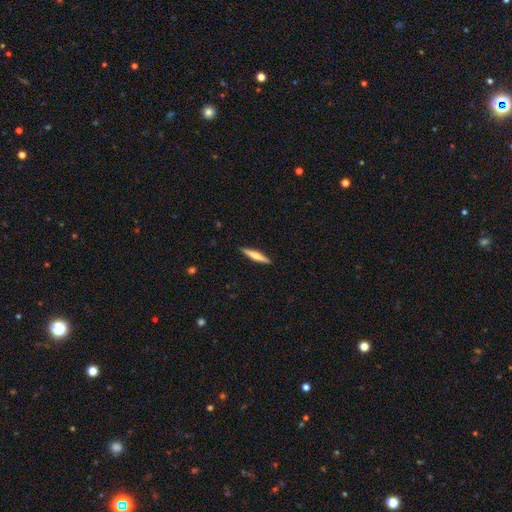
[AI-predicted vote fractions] A smooth galaxy with no disk features (50%). Merging: none (91%).